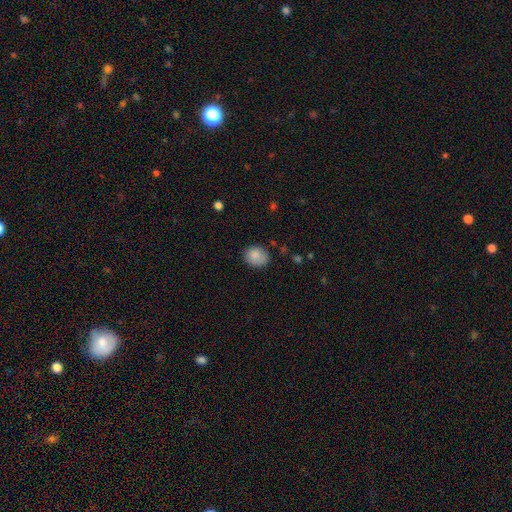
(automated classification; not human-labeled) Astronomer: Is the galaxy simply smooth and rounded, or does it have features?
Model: smooth — 85%.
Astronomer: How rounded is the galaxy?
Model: round — 54% (runner-up: in between, 45%).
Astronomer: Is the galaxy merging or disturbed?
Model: none — 77%.